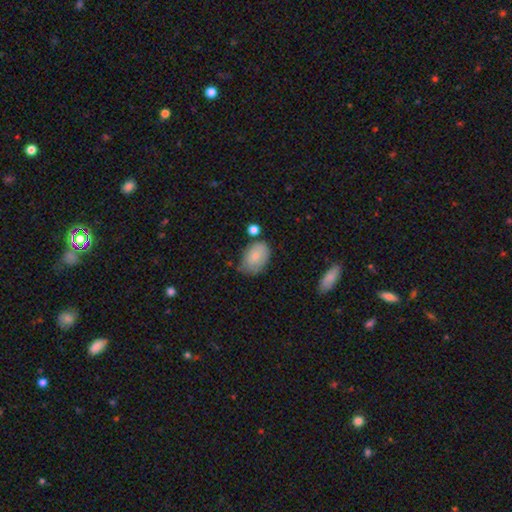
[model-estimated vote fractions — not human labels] smooth_or_featured: smooth (p=0.79) [alt: featured or disk p=0.14]
how_rounded: in between (p=0.85) [alt: round p=0.13]
merging: none (p=0.57) [alt: minor disturbance p=0.29]